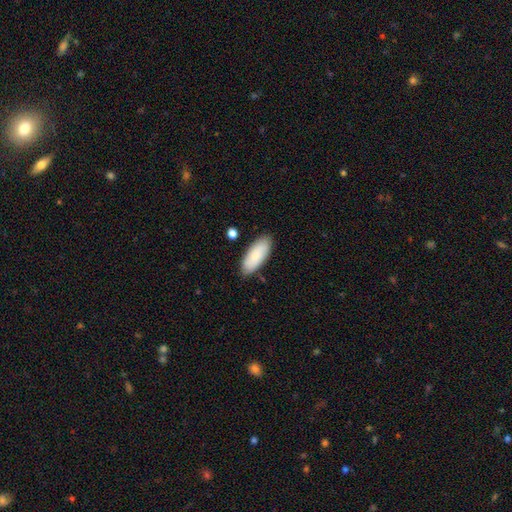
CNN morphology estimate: A smooth galaxy with no disk features (84%) that is in between round and cigar-shaped (82%). Merging: none (83%).